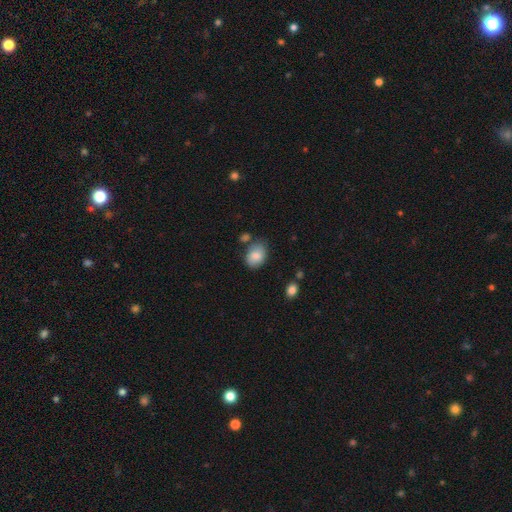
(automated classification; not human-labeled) smooth_or_featured: smooth (p=0.81) [alt: featured or disk p=0.11]
how_rounded: in between (p=0.69) [alt: round p=0.30]
merging: none (p=0.69) [alt: minor disturbance p=0.20]